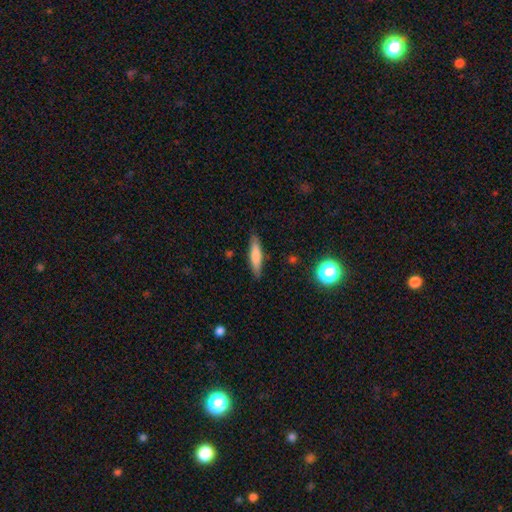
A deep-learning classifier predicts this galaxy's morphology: Smooth or featured? Predicted: smooth (p=0.73). How rounded? Predicted: cigar-shaped (p=0.78). Merging? Predicted: none (p=0.87).